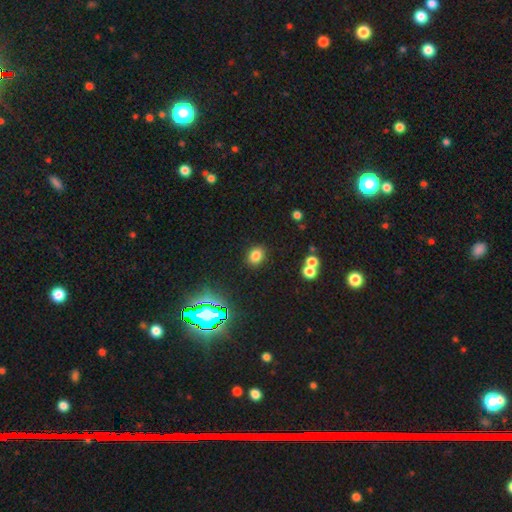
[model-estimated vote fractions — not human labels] The model was most divided on "how rounded": in between: 57%, round: 42%, cigar-shaped: 1%. More confident: merging — none (87%); smooth or featured — smooth (78%).